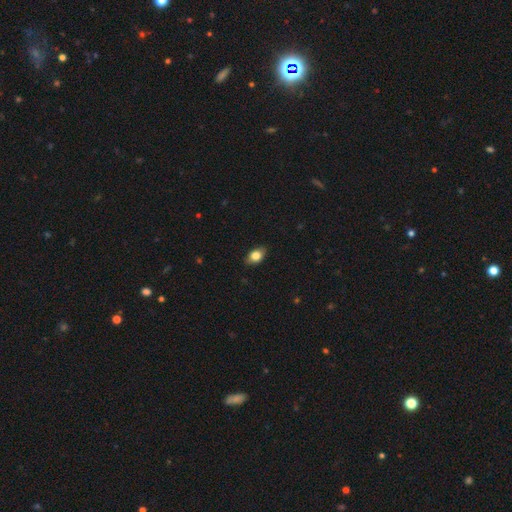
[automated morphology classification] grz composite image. It shows a smooth galaxy with no disk features (80%) that is in between round and cigar-shaped (82%). Merging: none (84%).